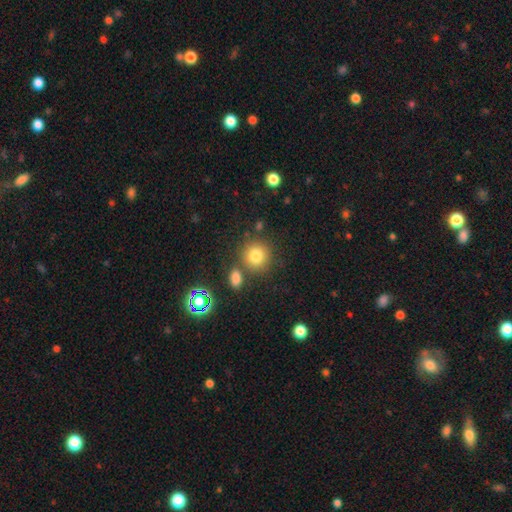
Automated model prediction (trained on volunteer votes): Morphology: type=smooth (79%); roundness=round (89%); merging=none (73%).